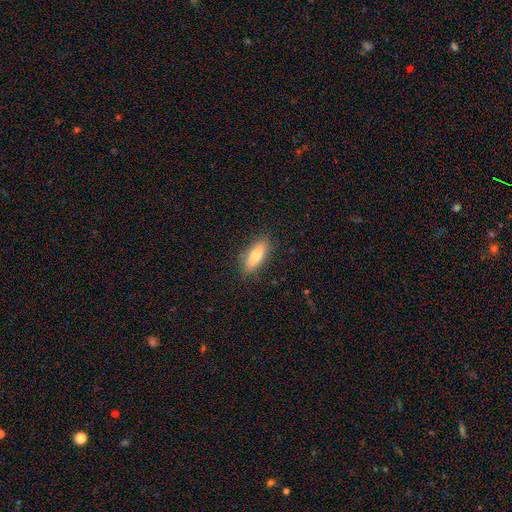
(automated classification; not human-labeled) Morphology: type=smooth (72%); roundness=in between (66%); merging=none (86%).